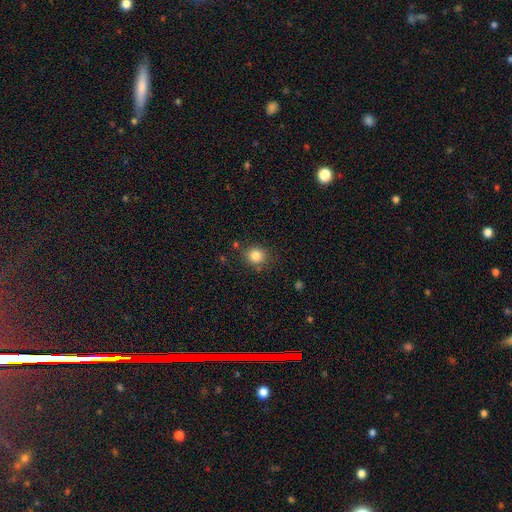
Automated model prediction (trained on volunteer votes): Smooth or featured: smooth — 84% (star or artifact — 11%)
How rounded: round — 83% (in between — 17%)
Merging: none — 81% (minor disturbance — 12%)